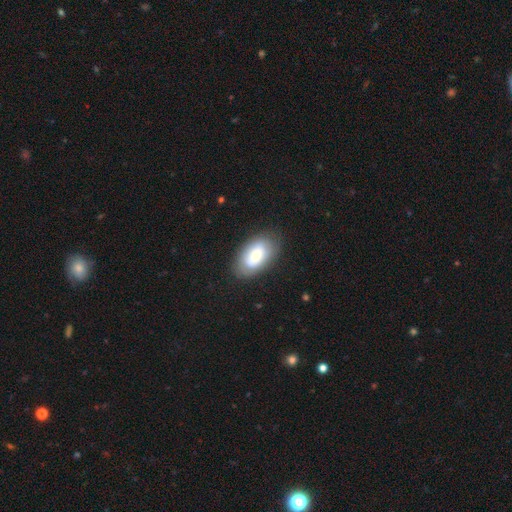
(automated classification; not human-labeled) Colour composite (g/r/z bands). It shows a smooth galaxy with no disk features (67%) that is in between round and cigar-shaped (93%). Merging: none (82%).